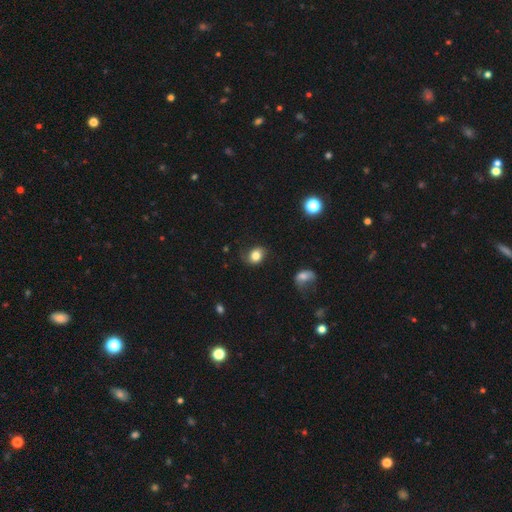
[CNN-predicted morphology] smooth-or-featured: smooth: 77% | featured or disk: 13% | star or artifact: 9%
  how-rounded: in between: 52% | round: 47% | cigar-shaped: 1%
  merging: none: 63% | minor disturbance: 24% | major disturbance: 10% | merger: 2%